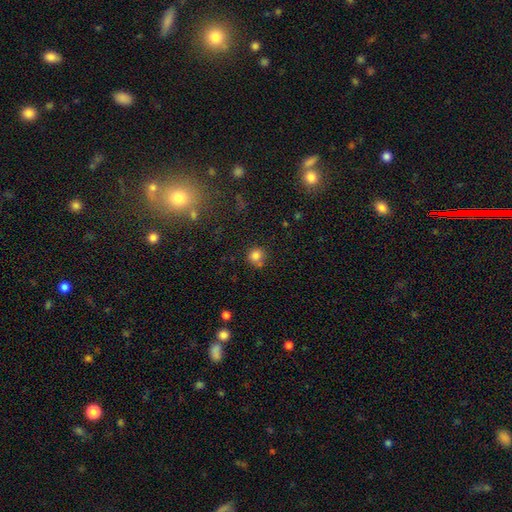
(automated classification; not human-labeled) Smooth or featured: smooth — 81% (star or artifact — 12%)
How rounded: round — 87% (in between — 12%)
Merging: none — 68% (merger — 14%)